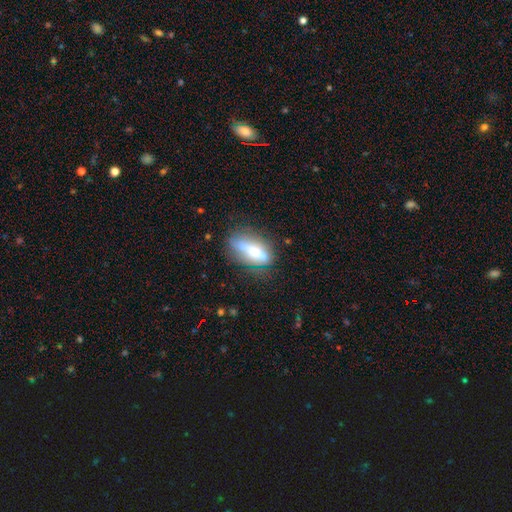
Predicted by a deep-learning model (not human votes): Overall: smooth (50%; featured or disk 42%). Merging: none (64%).